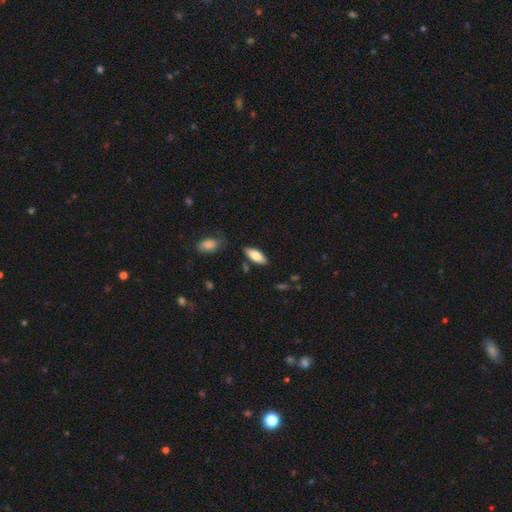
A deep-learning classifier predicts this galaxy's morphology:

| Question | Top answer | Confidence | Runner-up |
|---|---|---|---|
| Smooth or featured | smooth | 81% | featured or disk (13%) |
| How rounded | in between | 76% | cigar-shaped (22%) |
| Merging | none | 81% | minor disturbance (13%) |